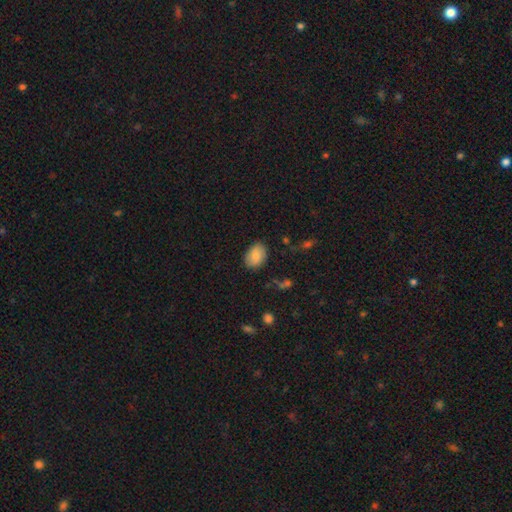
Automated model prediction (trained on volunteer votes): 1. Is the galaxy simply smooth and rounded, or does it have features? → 83% smooth, 10% featured or disk, 7% star or artifact.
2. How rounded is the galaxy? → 81% in between, 18% round, 1% cigar-shaped.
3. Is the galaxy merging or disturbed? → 83% none, 12% minor disturbance, 3% major disturbance, 1% merger.